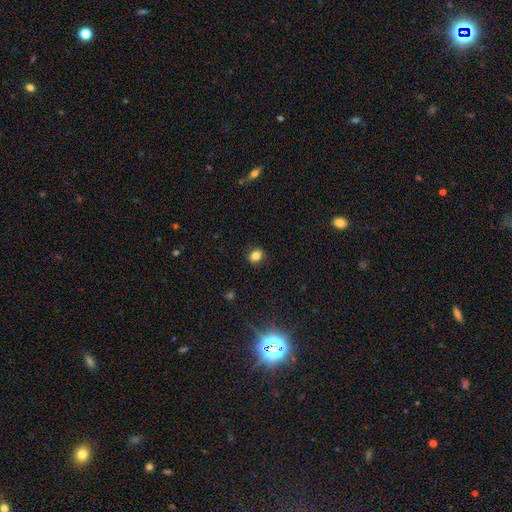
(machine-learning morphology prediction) Smooth or featured: smooth — 82% (star or artifact — 12%)
How rounded: round — 55% (in between — 44%)
Merging: none — 87% (minor disturbance — 9%)